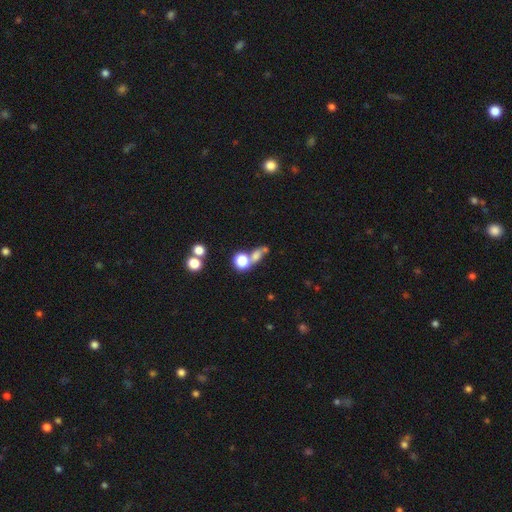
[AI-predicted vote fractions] Smooth or featured? smooth (67%)
How rounded? round (58%)
Merging? merger (41%, tied with none)